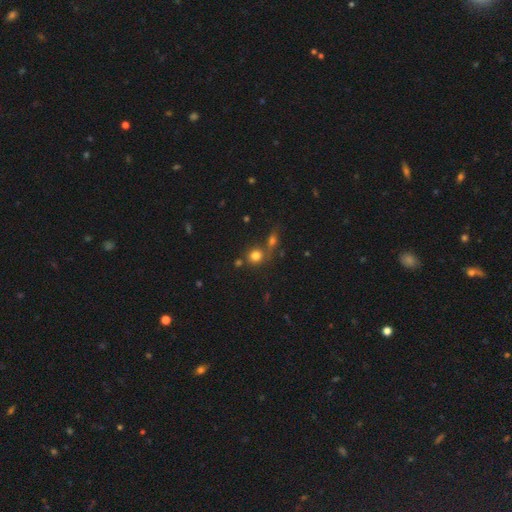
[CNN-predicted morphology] Overall: smooth (78%). How rounded: round (86%). Merging: none (57%; merger 29%).